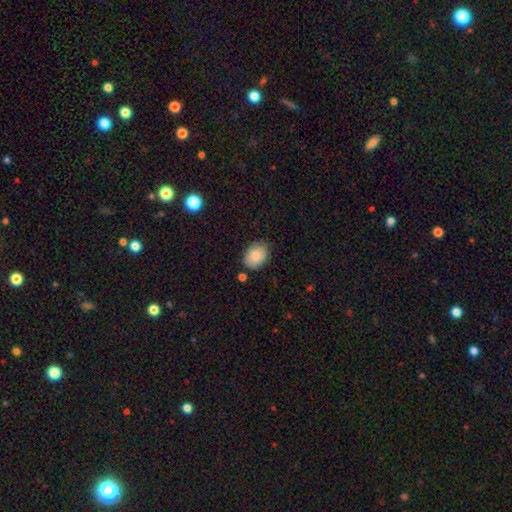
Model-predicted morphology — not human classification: smooth_or_featured: smooth (p=0.87) [alt: star or artifact p=0.07]
how_rounded: in between (p=0.73) [alt: round p=0.26]
merging: none (p=0.81) [alt: minor disturbance p=0.14]